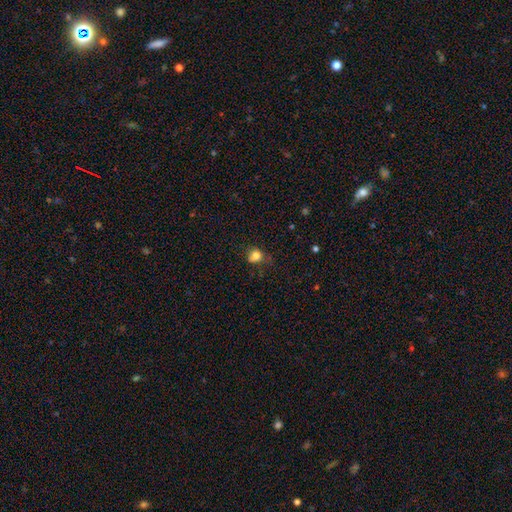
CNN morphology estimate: smooth 81%, star or artifact 12%, featured or disk 7%. Down the decision tree: how rounded — round (69%); merging — none (60%).